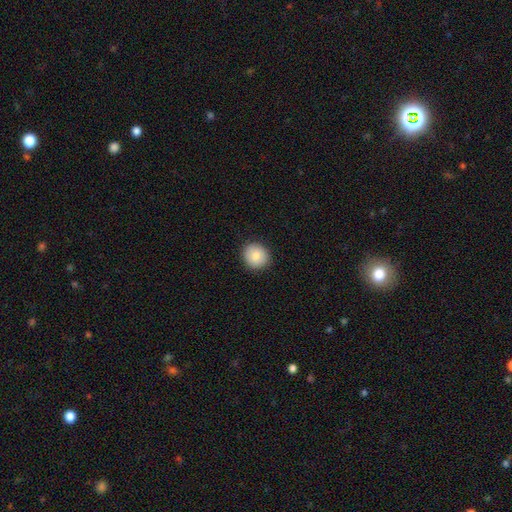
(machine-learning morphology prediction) Q: Smooth or featured?
A: smooth (84%); runner-up: featured or disk (8%)
Q: How rounded?
A: round (87%); runner-up: in between (12%)
Q: Merging?
A: none (90%); runner-up: minor disturbance (7%)